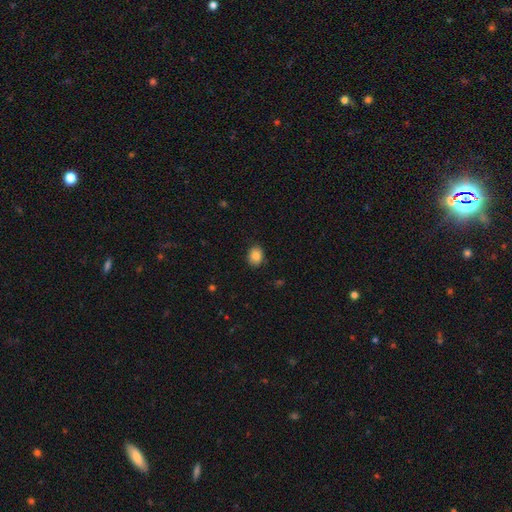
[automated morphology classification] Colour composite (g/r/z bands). It shows a smooth galaxy with no disk features (86%) that is round (53%). Merging: none (87%).